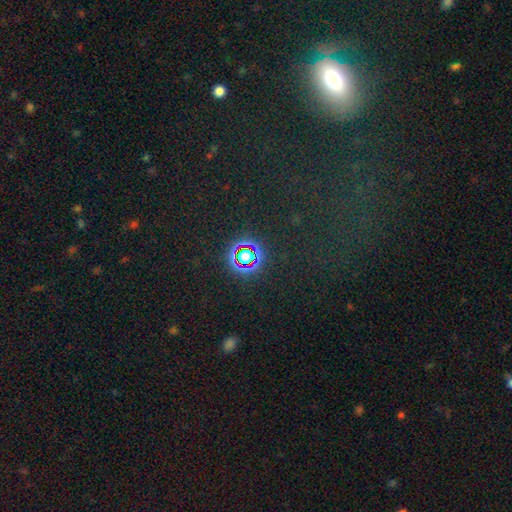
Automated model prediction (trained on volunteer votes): Q: Smooth or featured?
A: star or artifact (43%); runner-up: smooth (42%)